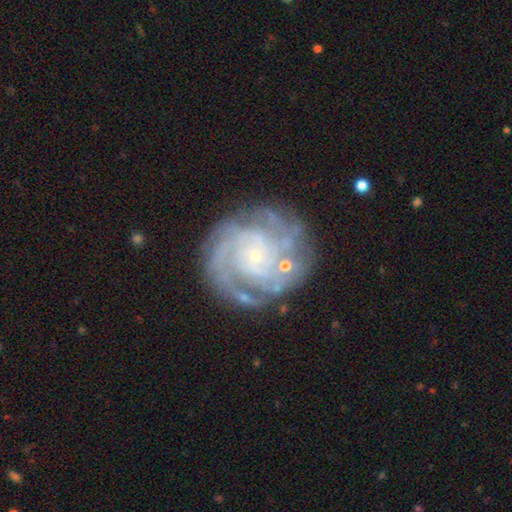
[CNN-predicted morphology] This is clearly a featured or disk galaxy (88%). It is clearly not viewed edge-on (98%). Bar: likely no (73%). Spiral arm pattern: clearly yes (97%). Spiral arm count: marginally 3 (25%). Spiral winding: likely tight (69%). Central bulge: clearly small (85%). Merging: likely none (74%).